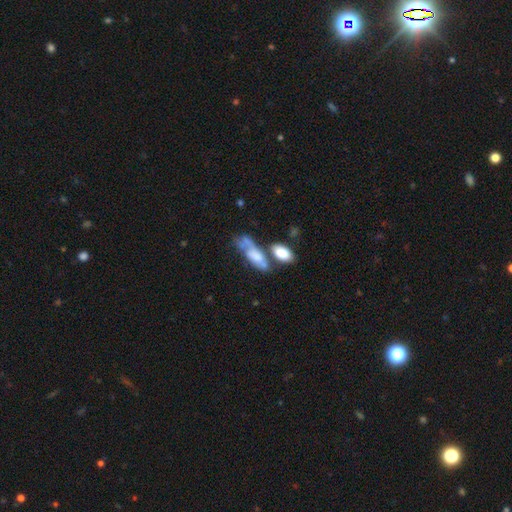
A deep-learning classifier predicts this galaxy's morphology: Smooth or featured? smooth (54%)
How rounded? in between (75%)
Merging? merger (39%)